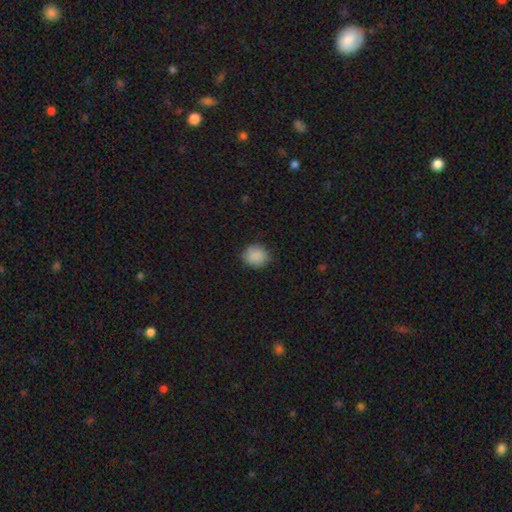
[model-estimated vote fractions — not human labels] Morphology: type=smooth (88%); roundness=round (74%); merging=none (83%).